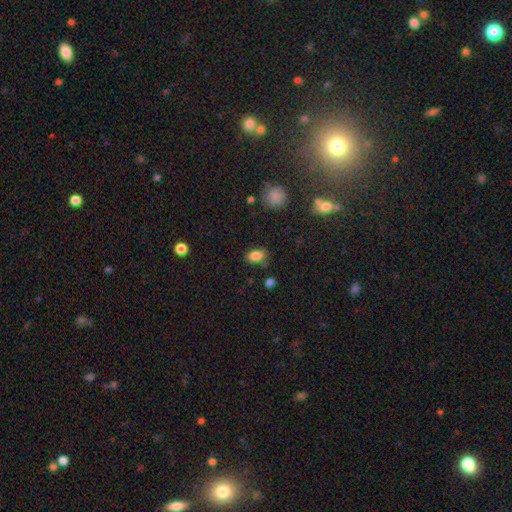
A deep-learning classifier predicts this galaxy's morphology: A smooth galaxy with no disk features (84%) that is in between round and cigar-shaped (83%).

Vote fractions:
- Smooth or featured? smooth: 84% / star or artifact: 10% / featured or disk: 6%
- How rounded? in between: 83% / round: 15% / cigar-shaped: 2%
- Merging? none: 65% / minor disturbance: 25% / major disturbance: 7% / merger: 4%